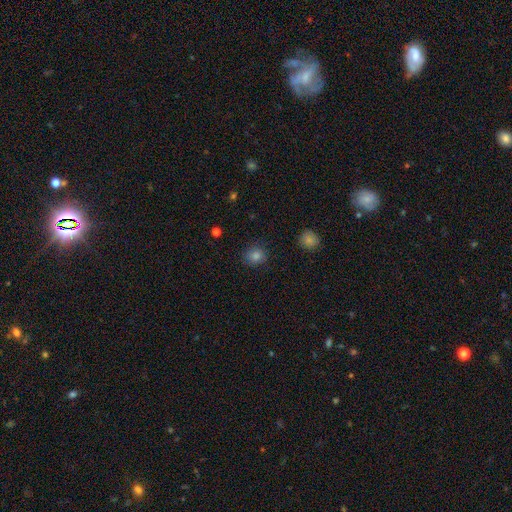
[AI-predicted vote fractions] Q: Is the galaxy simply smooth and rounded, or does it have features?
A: smooth — 79%.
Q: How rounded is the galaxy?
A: round — 84%.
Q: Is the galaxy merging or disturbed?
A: none — 88%.